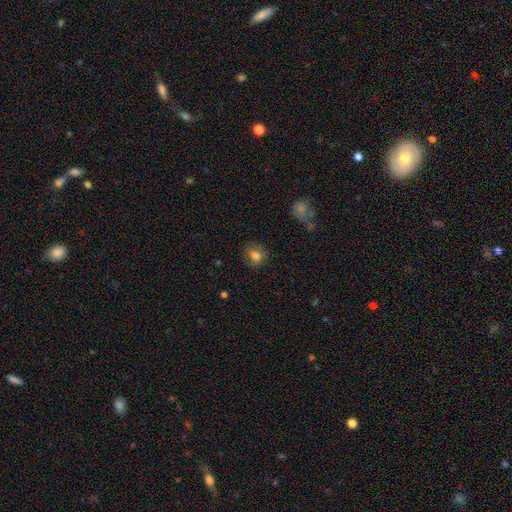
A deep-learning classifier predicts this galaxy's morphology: smooth-or-featured: smooth: 81% | star or artifact: 11% | featured or disk: 9%
  how-rounded: round: 71% | in between: 28% | cigar-shaped: 1%
  merging: none: 76% | minor disturbance: 17% | major disturbance: 5% | merger: 2%